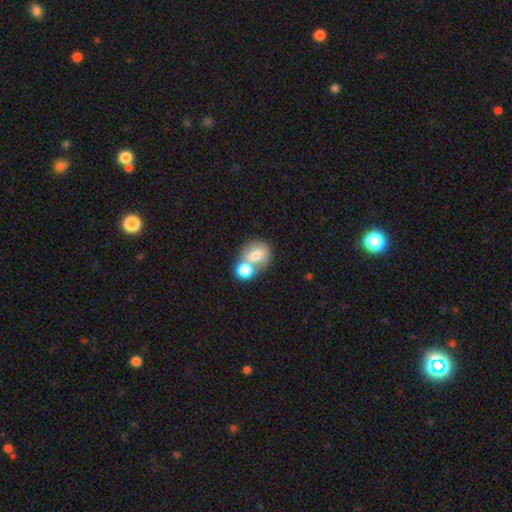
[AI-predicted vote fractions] Smooth or featured: smooth — 71% (featured or disk — 21%)
How rounded: round — 60% (in between — 39%)
Merging: merger — 65% (none — 24%)